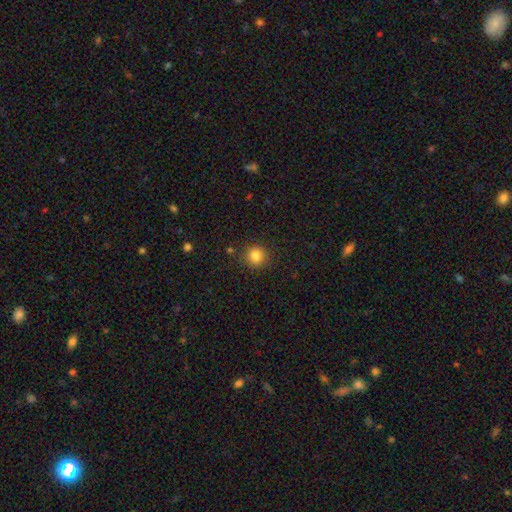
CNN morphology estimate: Overall: smooth (84%). How rounded: round (93%). Merging: none (89%).